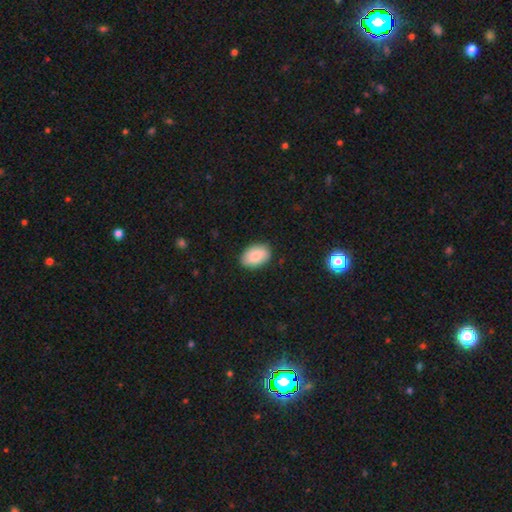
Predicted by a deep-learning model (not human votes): This appears to be a smooth galaxy with no disk features (87%) that is in between round and cigar-shaped (90%). Merging: none (86%).